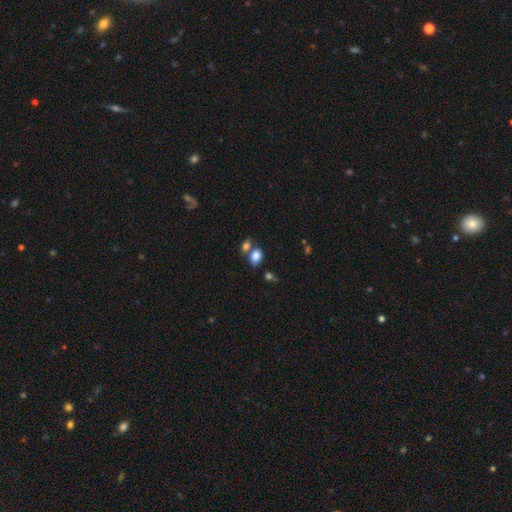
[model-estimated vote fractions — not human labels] smooth-or-featured: smooth: 83% | star or artifact: 10% | featured or disk: 7%
  how-rounded: in between: 78% | round: 21% | cigar-shaped: 1%
  merging: none: 49% | merger: 35% | minor disturbance: 12% | major disturbance: 5%